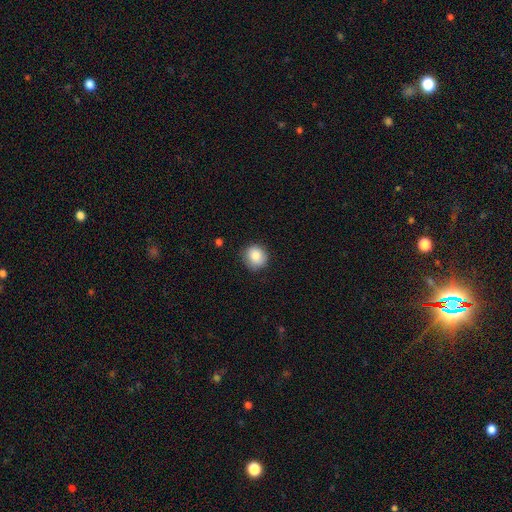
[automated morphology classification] Q: Smooth or featured?
A: smooth (86%); runner-up: star or artifact (8%)
Q: How rounded?
A: round (84%); runner-up: in between (15%)
Q: Merging?
A: none (82%); runner-up: minor disturbance (14%)